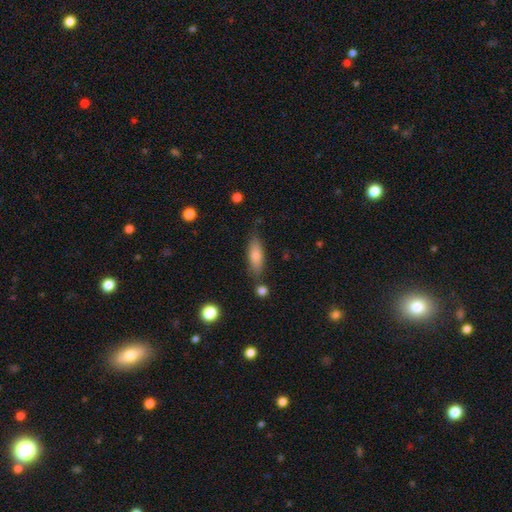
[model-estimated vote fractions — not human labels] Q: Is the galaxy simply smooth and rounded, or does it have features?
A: smooth — 79%.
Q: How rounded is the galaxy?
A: in between — 60%.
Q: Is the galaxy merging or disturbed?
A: none — 68%.